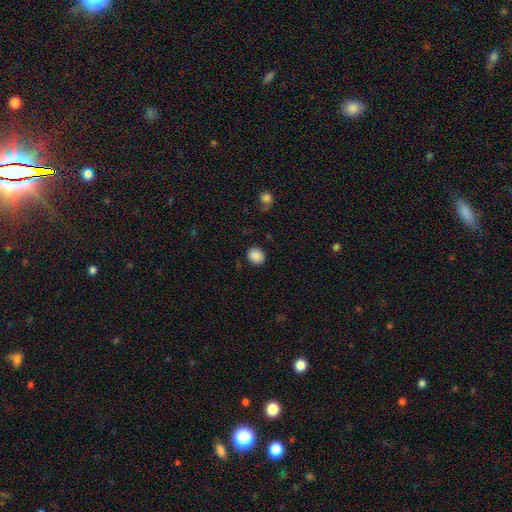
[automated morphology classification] This is clearly a smooth galaxy (88%). How rounded: likely round (71%). Merging: clearly none (87%).